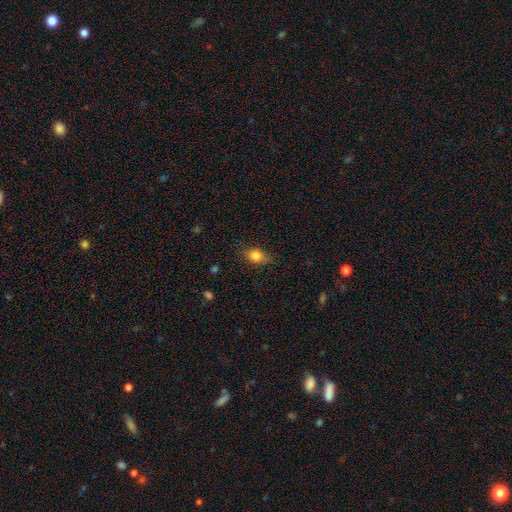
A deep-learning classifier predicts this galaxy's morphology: This is clearly a smooth galaxy (81%). How rounded: likely in between (73%). Merging: likely none (75%).